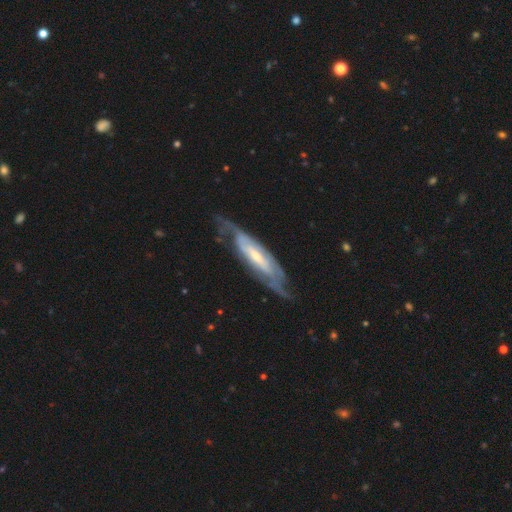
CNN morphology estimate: A featured or disk galaxy (81%) with no bar (38%, tied with weak), 2 (43%) tight (50%) spiral arms (88%) and a small central bulge (51%).

Vote fractions:
- Smooth or featured? featured or disk: 81% / smooth: 14% / star or artifact: 5%
- Edge-on disk? no: 73% / yes: 27%
- Bar? no: 38% (tied) / weak: 38% (tied) / strong: 24%
- Spiral arms? yes: 88% / no: 12%
- Spiral winding? tight: 50% / medium: 37% / loose: 13%
- Spiral arm count? 2: 43% / can't tell: 41% / 3: 6% / 1: 4% / 4: 3% / more than 4: 2%
- Bulge size? small: 51% / moderate: 39% / large: 5% / none: 4% / dominant: 1%
- Merging? none: 63% / minor disturbance: 22% / major disturbance: 14% / merger: 2%